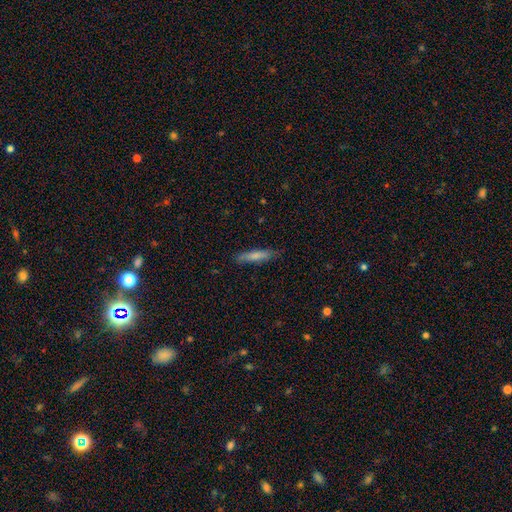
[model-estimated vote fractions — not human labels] A smooth galaxy with no disk features (75%) that is cigar-shaped (85%). Merging: none (83%).